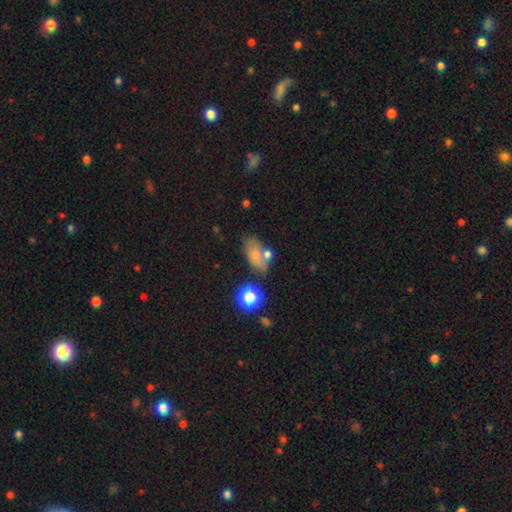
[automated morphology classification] A smooth galaxy with no disk features (70%) that is in between round and cigar-shaped (87%).

Vote fractions:
- Smooth or featured? smooth: 70% / featured or disk: 17% / star or artifact: 13%
- How rounded? in between: 87% / round: 10% / cigar-shaped: 4%
- Merging? none: 52% / minor disturbance: 20% / merger: 19% / major disturbance: 9%